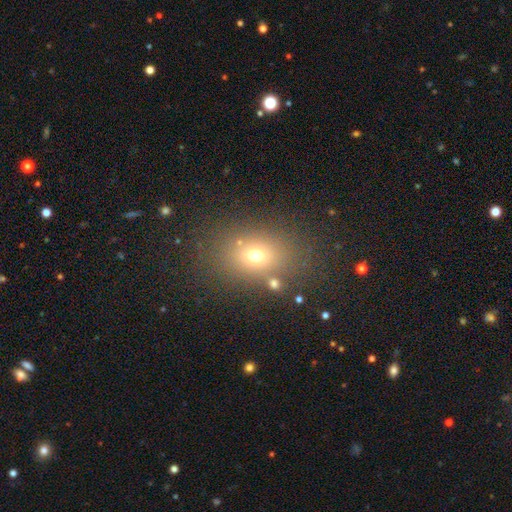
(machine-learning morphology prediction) Smooth or featured? Predicted: smooth (p=0.66). How rounded? Predicted: in between (p=0.61). Merging? Predicted: none (p=0.78).